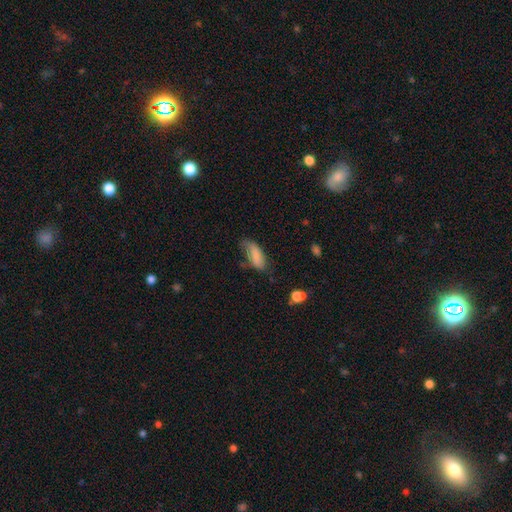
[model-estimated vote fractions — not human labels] Smooth or featured?
  - smooth: 79% *
  - featured or disk: 13%
  - star or artifact: 8%
How rounded?
  - in between: 81% *
  - cigar-shaped: 17%
  - round: 2%
Merging?
  - none: 45% *
  - minor disturbance: 36%
  - major disturbance: 16%
  - merger: 4%